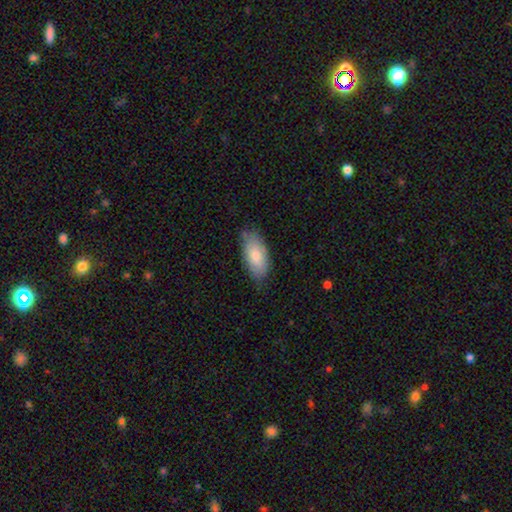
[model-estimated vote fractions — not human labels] This appears to be a smooth galaxy with no disk features (80%) that is in between round and cigar-shaped (91%). Merging: none (75%).